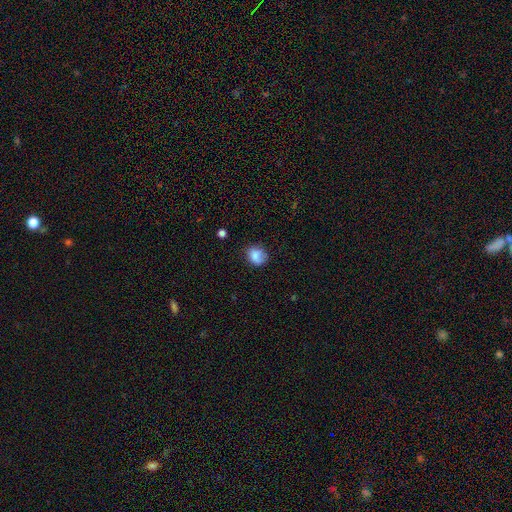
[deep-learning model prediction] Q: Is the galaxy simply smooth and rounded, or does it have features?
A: smooth — 81%.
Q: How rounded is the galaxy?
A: round — 61%.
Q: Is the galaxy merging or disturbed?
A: none — 65%.